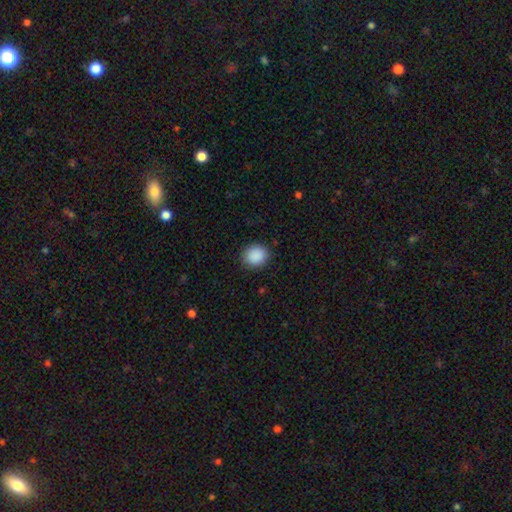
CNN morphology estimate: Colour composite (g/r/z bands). It shows a smooth galaxy with no disk features (90%) that is round (79%). Merging: none (89%).